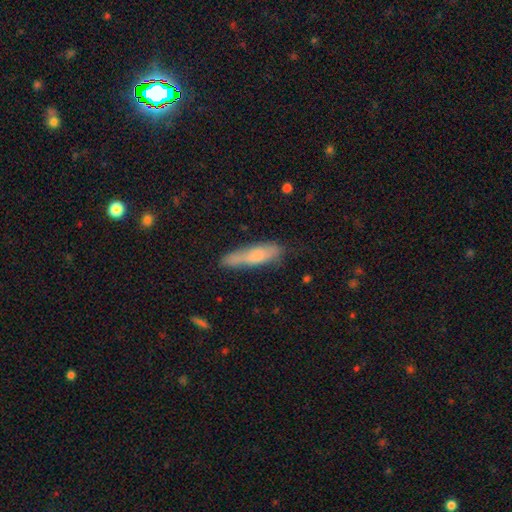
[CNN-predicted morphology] This appears to be a smooth galaxy with no disk features (72%) that is cigar-shaped (75%). Merging: none (62%).